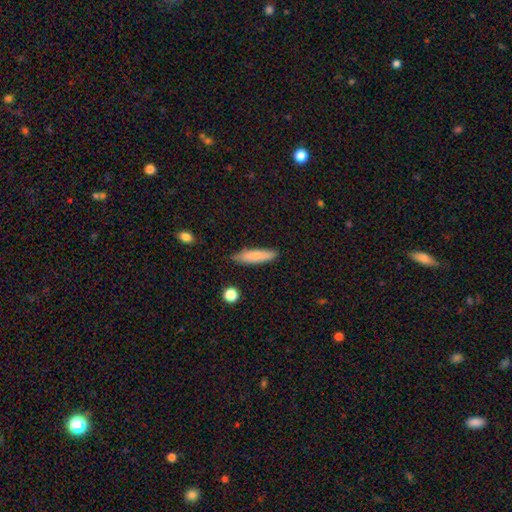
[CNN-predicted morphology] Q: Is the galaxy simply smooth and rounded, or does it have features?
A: smooth — 79%.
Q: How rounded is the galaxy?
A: cigar-shaped — 70%.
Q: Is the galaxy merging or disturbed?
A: none — 82%.